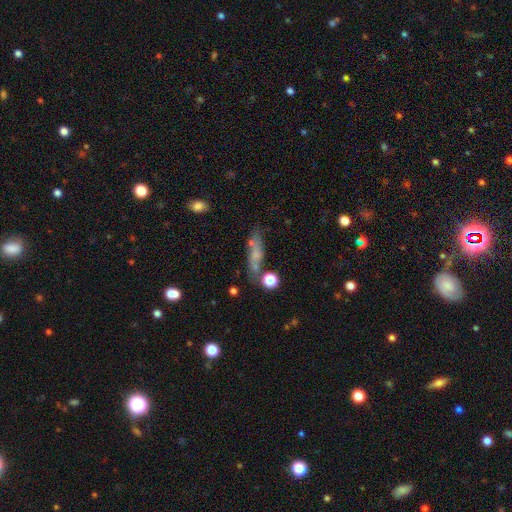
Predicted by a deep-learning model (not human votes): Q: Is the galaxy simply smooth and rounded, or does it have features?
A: smooth — 58%.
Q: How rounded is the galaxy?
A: cigar-shaped — 62%.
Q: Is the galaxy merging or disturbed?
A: none — 61%.